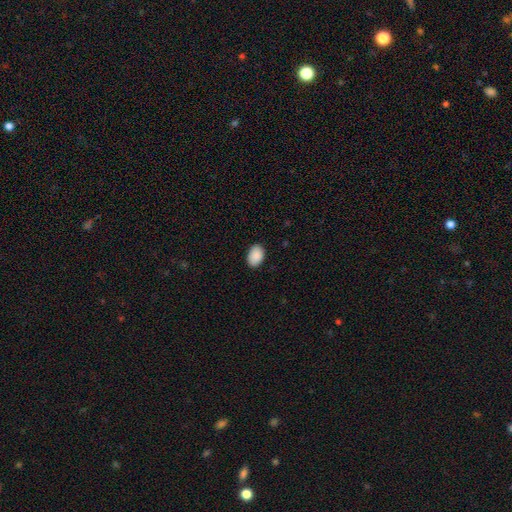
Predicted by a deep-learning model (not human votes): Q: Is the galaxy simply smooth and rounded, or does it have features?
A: smooth — 91%.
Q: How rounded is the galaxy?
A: in between — 87%.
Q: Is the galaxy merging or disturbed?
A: none — 88%.